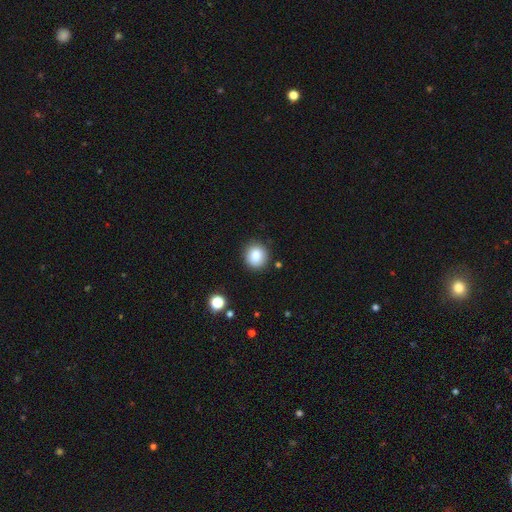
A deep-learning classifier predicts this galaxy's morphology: A smooth galaxy with no disk features (84%) that is round (84%). Merging: none (88%).